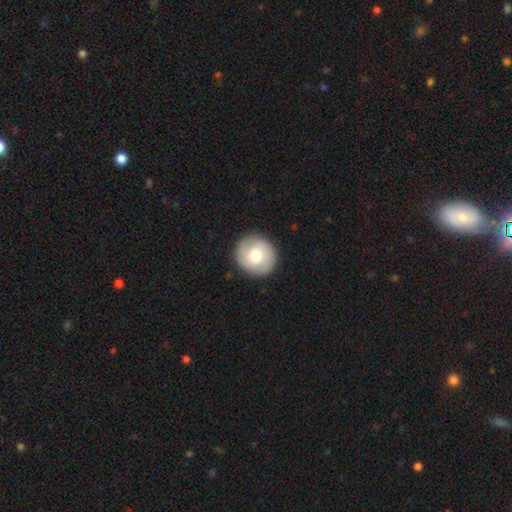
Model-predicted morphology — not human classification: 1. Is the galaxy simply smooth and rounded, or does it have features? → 56% smooth, 37% featured or disk, 7% star or artifact.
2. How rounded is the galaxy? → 90% round, 9% in between, 1% cigar-shaped.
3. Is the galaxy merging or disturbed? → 89% none, 7% minor disturbance, 2% major disturbance, 1% merger.